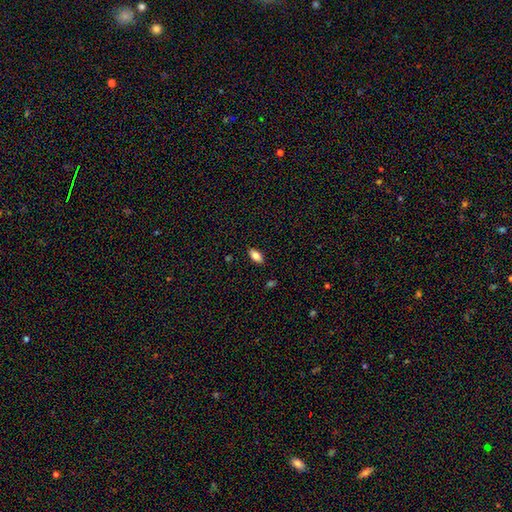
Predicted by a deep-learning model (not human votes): Smooth or featured?
  - smooth: 80% *
  - featured or disk: 12%
  - star or artifact: 8%
How rounded?
  - in between: 89% *
  - cigar-shaped: 9%
  - round: 3%
Merging?
  - none: 88% *
  - minor disturbance: 9%
  - major disturbance: 2%
  - merger: 1%